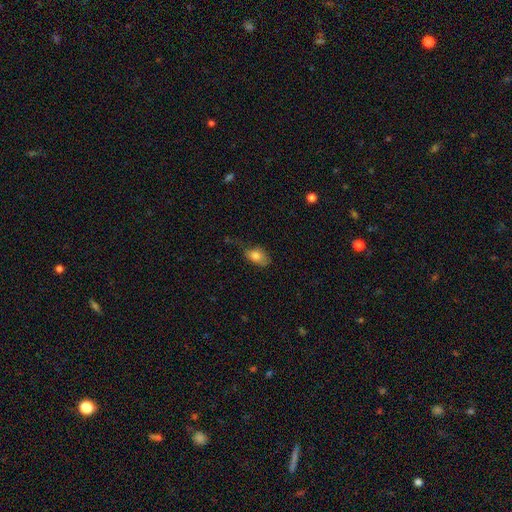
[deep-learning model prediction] Overall: smooth (78%). How rounded: in between (86%). Merging: none (46%; minor disturbance 36%).